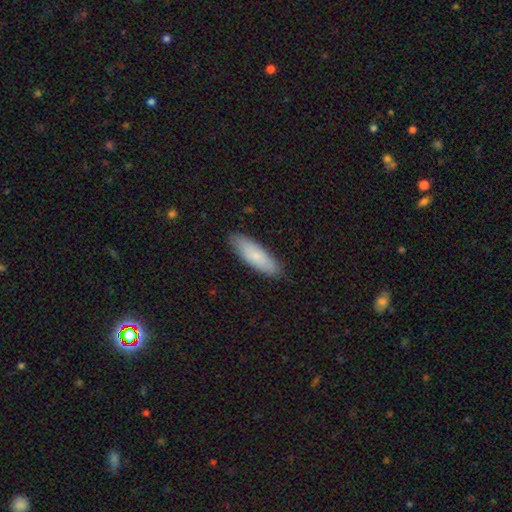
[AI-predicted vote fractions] The model was most divided on "how rounded": cigar-shaped: 50%, in between: 49%, round: 2%. More confident: merging — none (87%); smooth or featured — smooth (80%).